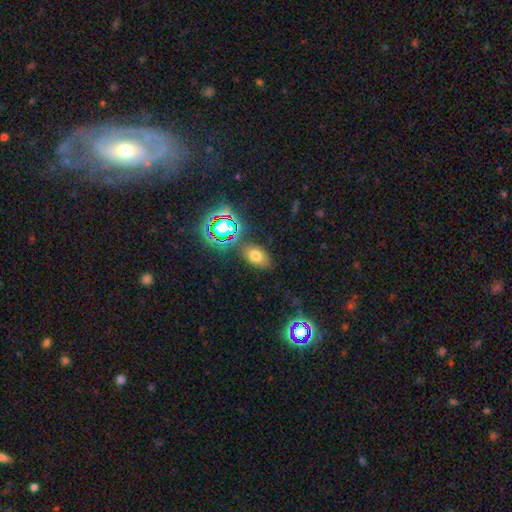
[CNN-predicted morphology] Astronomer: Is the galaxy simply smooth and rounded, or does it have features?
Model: smooth — 65%.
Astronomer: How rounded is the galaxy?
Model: in between — 86%.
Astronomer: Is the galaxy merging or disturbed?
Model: none — 80%.